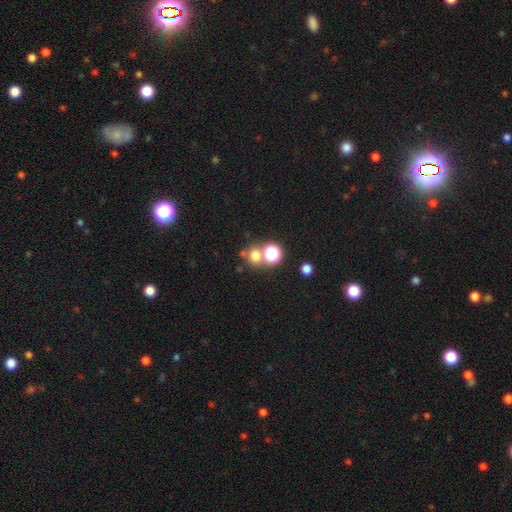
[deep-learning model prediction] Smooth or featured? Predicted: smooth (p=0.67). How rounded? Predicted: round (p=0.84). Merging? Predicted: none (p=0.59).